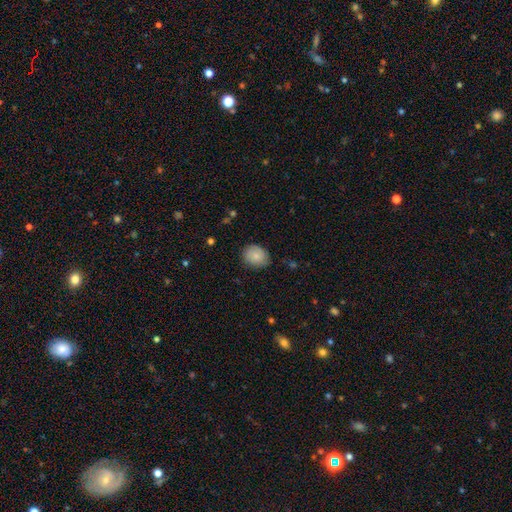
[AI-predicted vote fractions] A smooth galaxy with no disk features (79%) that is round (57%).

Vote fractions:
- Smooth or featured? smooth: 79% / featured or disk: 14% / star or artifact: 7%
- How rounded? round: 57% / in between: 43% / cigar-shaped: 1%
- Merging? none: 73% / minor disturbance: 22% / major disturbance: 4% / merger: 1%